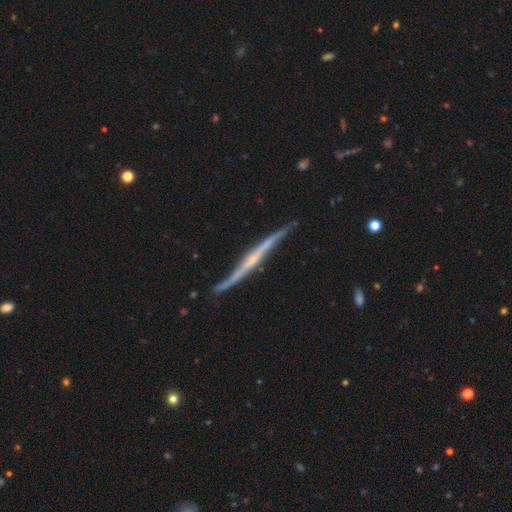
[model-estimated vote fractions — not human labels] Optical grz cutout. It shows a featured or disk galaxy (79%) viewed edge-on (95%) with no central bulge (46%). Merging: none (77%).